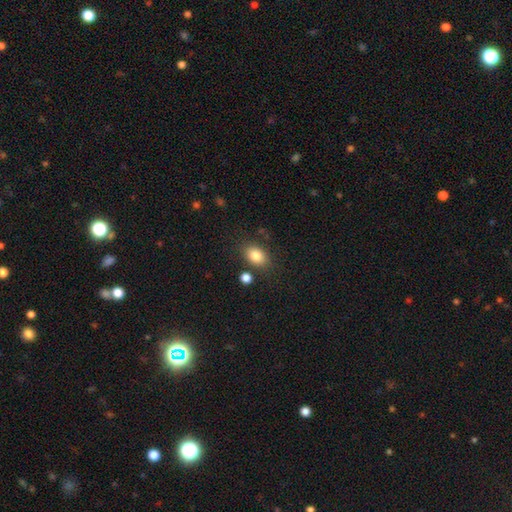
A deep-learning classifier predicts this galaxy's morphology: Smooth or featured? Predicted: smooth (p=0.83). How rounded? Predicted: in between (p=0.73). Merging? Predicted: none (p=0.78).